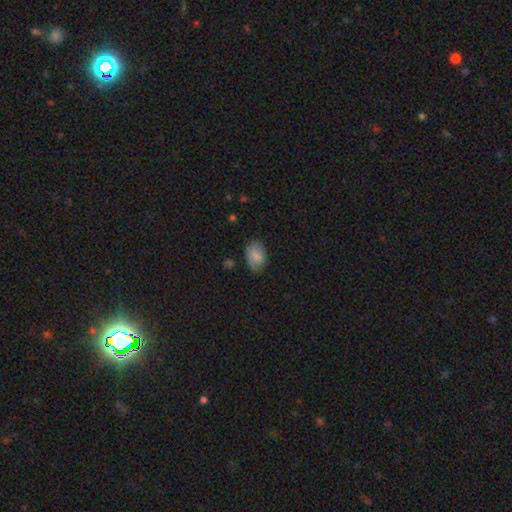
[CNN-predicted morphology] type=smooth (70%); roundness=in between (84%); merging=none (67%).